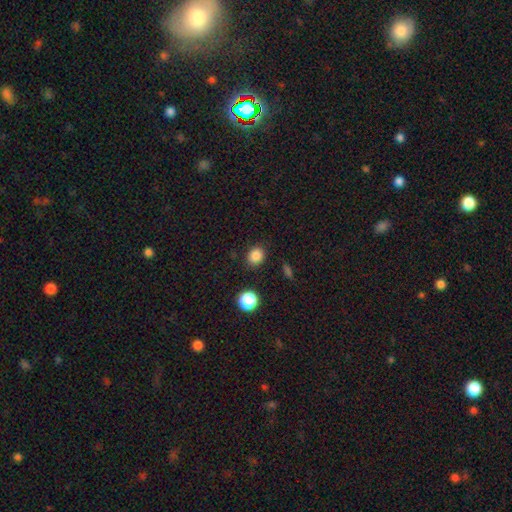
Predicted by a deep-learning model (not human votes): The model was most divided on "how rounded": round: 66%, in between: 33%, cigar-shaped: 1%. More confident: merging — none (86%); smooth or featured — smooth (85%).